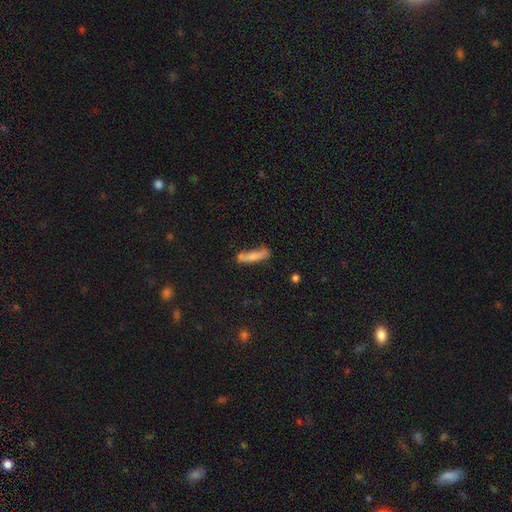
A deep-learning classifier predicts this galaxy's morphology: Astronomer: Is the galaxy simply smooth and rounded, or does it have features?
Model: smooth — 73%.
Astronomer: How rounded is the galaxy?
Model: cigar-shaped — 81%.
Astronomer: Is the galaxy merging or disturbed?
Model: none — 62%.